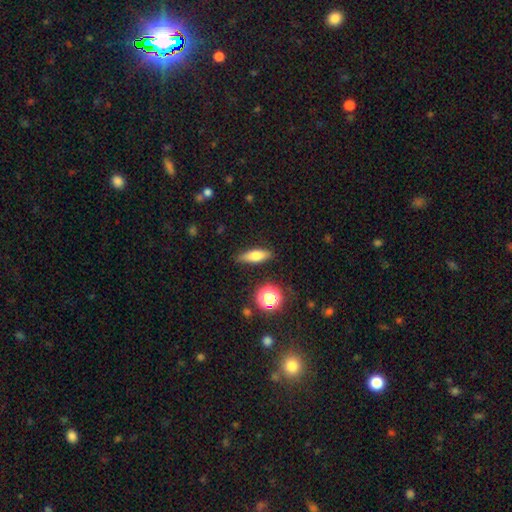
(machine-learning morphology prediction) This appears to be a smooth galaxy with no disk features (68%) that is cigar-shaped (49%). Merging: none (86%).